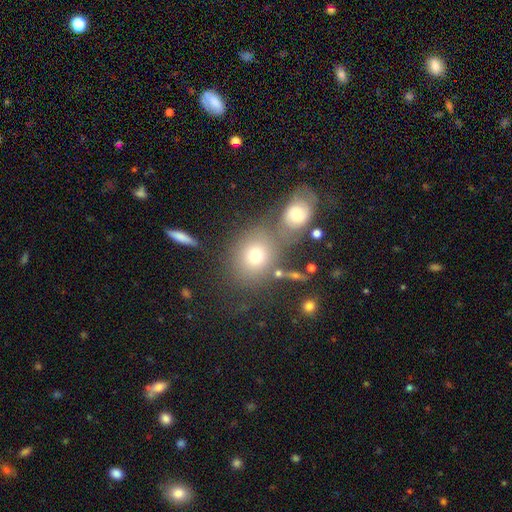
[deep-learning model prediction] Morphology: type=smooth (70%); roundness=round (65%); merging=none (54%).